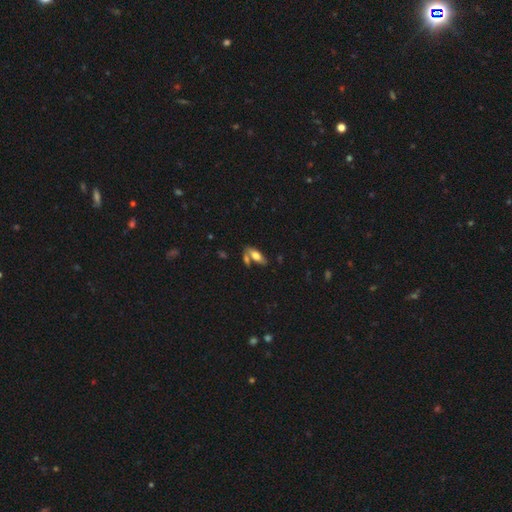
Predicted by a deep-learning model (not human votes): Q: Smooth or featured?
A: smooth (69%); runner-up: featured or disk (24%)
Q: How rounded?
A: in between (79%); runner-up: cigar-shaped (18%)
Q: Merging?
A: none (57%); runner-up: merger (25%)